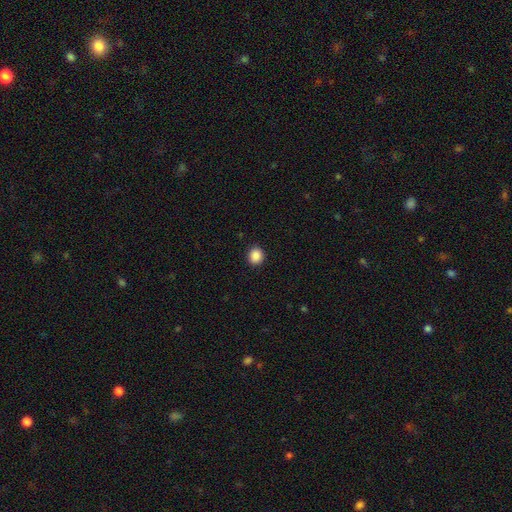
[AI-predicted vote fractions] Smooth or featured?
  - smooth: 88% *
  - star or artifact: 9%
  - featured or disk: 3%
How rounded?
  - round: 81% *
  - in between: 18%
  - cigar-shaped: 1%
Merging?
  - none: 92% *
  - minor disturbance: 6%
  - major disturbance: 2%
  - merger: 1%